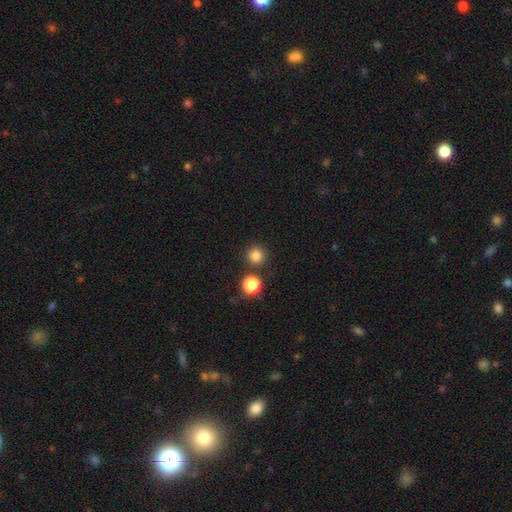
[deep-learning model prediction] This appears to be a smooth galaxy with no disk features (82%) that is round (94%). Merging: none (83%).